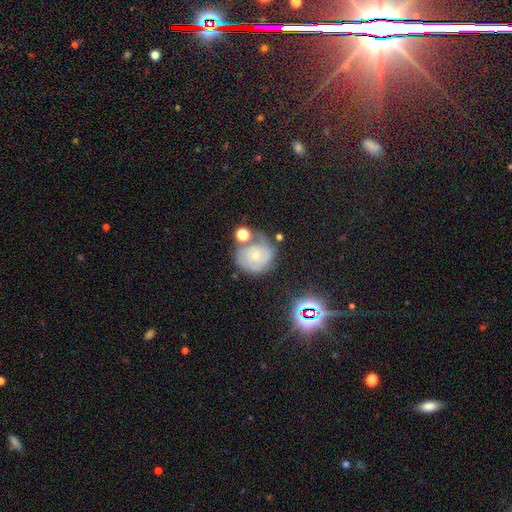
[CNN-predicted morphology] Smooth or featured? featured or disk (60%)
Edge-on disk? no (97%)
Bar? no (81%)
Spiral arms? yes (73%)
Bulge size? small (59%)
Merging? none (46%)